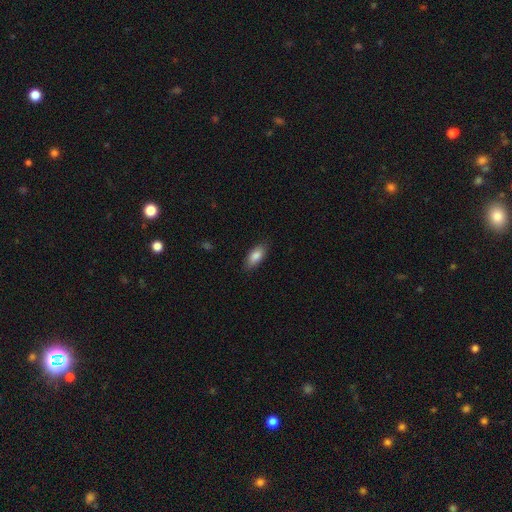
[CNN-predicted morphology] Q: Smooth or featured?
A: smooth (85%); runner-up: featured or disk (9%)
Q: How rounded?
A: in between (86%); runner-up: cigar-shaped (12%)
Q: Merging?
A: none (84%); runner-up: minor disturbance (12%)